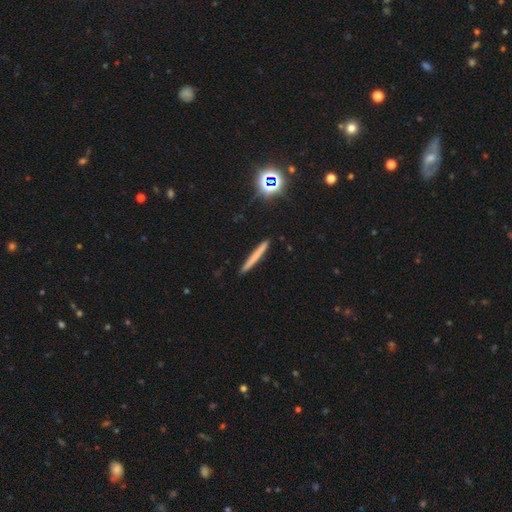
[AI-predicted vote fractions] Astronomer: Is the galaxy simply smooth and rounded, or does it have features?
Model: smooth — 61%.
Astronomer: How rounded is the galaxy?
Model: cigar-shaped — 96%.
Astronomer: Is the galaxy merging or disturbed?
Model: none — 91%.